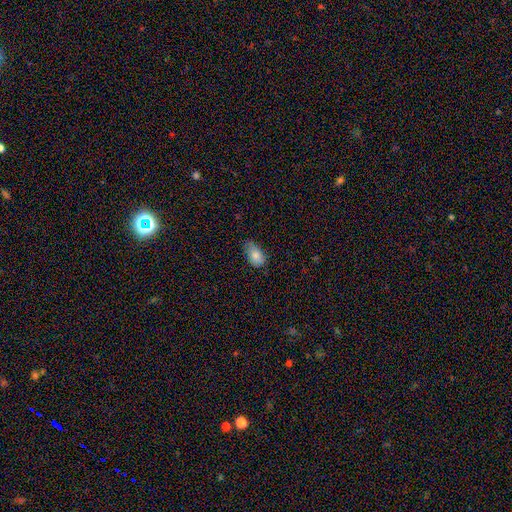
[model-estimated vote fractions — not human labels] Morphology: type=smooth (82%); roundness=in between (91%); merging=none (58%).